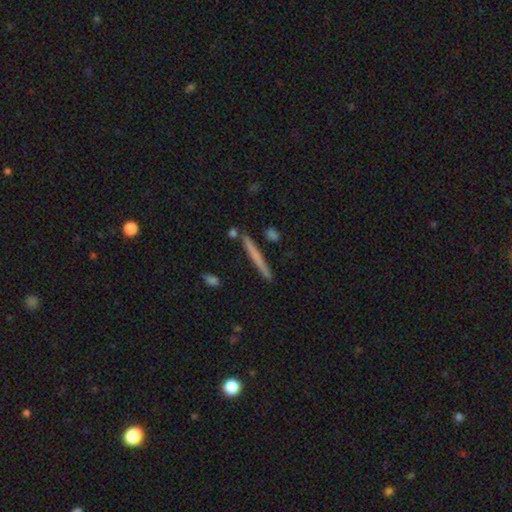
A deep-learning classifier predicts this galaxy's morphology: A smooth galaxy with no disk features (59%) that is cigar-shaped (96%). Merging: none (87%).